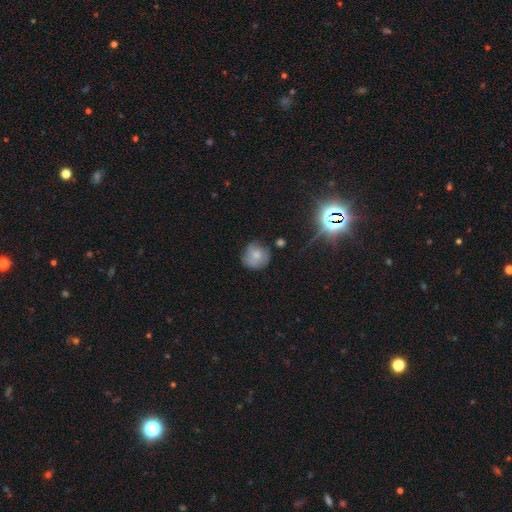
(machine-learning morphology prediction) Overall: smooth (66%). How rounded: round (87%). Merging: none (64%; minor disturbance 26%).